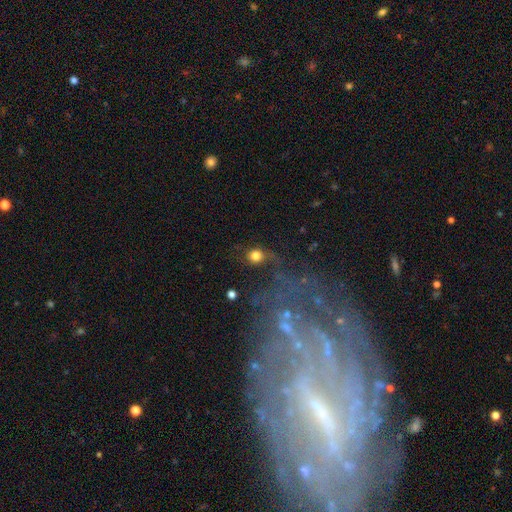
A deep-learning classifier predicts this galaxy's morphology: Overall: smooth (75%). How rounded: round (86%). Merging: none (60%).